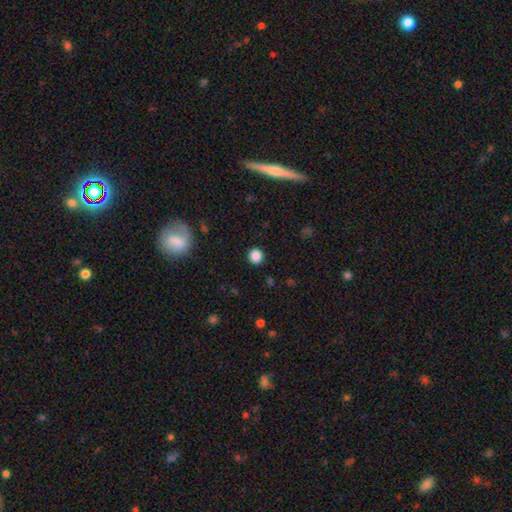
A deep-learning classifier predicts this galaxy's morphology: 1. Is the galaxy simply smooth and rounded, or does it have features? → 86% smooth, 11% star or artifact, 3% featured or disk.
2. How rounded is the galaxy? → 92% round, 7% in between, 1% cigar-shaped.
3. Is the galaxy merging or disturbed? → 91% none, 6% minor disturbance, 2% major disturbance, 1% merger.